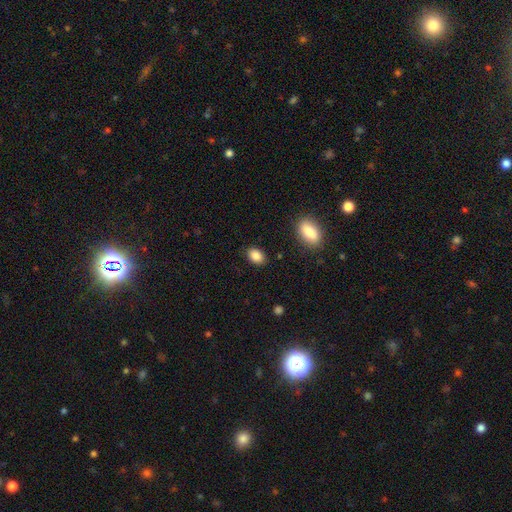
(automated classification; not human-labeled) Smooth or featured?
  - smooth: 87% *
  - star or artifact: 9%
  - featured or disk: 4%
How rounded?
  - in between: 79% *
  - round: 20%
  - cigar-shaped: 1%
Merging?
  - none: 87% *
  - minor disturbance: 9%
  - major disturbance: 2%
  - merger: 2%